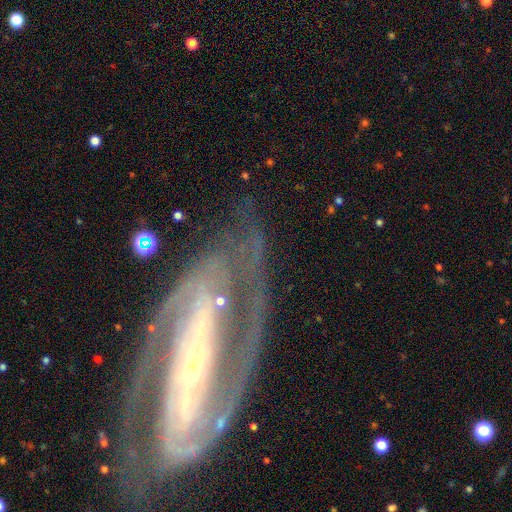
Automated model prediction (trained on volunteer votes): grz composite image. It shows a featured or disk galaxy (84%) with a strong bar (55%), 2 (71%) medium (43%) spiral arms (90%) and a small central bulge (60%). Merging: none (60%).